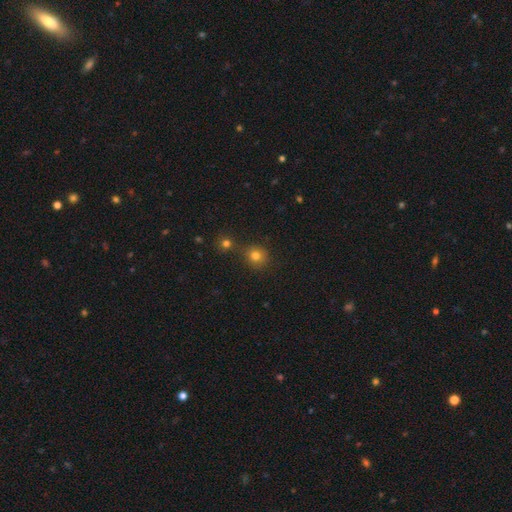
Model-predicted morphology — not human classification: The model was most divided on "merging": none: 71%, merger: 15%, minor disturbance: 10%, major disturbance: 4%. More confident: how rounded — round (86%); smooth or featured — smooth (78%).